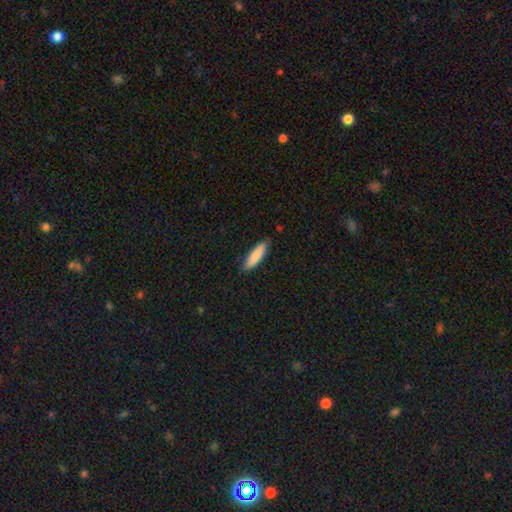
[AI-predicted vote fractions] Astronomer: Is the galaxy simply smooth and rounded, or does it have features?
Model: smooth — 84%.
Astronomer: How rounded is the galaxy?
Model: cigar-shaped — 63%.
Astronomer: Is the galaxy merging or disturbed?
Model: none — 84%.